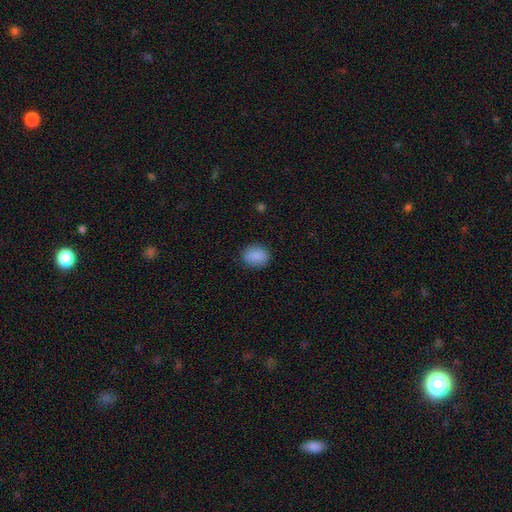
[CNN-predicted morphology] Smooth or featured? smooth (88%)
How rounded? round (56%)
Merging? none (86%)